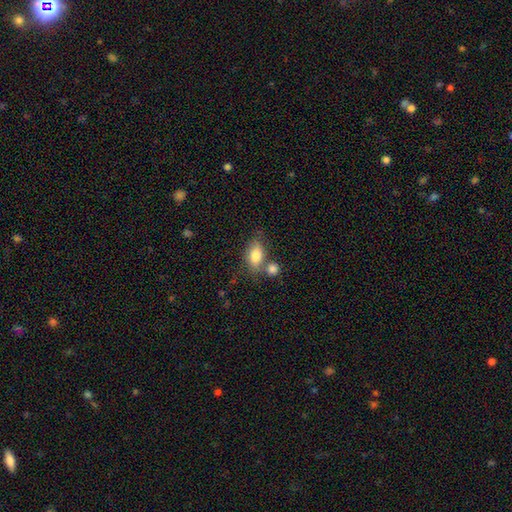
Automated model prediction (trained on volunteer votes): This appears to be a smooth galaxy with no disk features (81%) that is in between round and cigar-shaped (86%). Merging: none (52%).